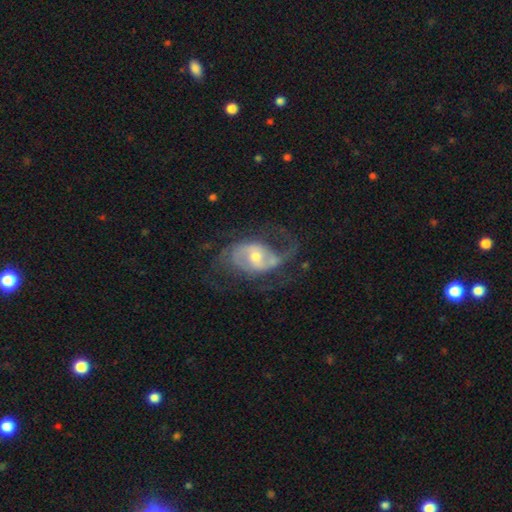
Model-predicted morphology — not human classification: Smooth or featured?
  - featured or disk: 84% *
  - smooth: 10%
  - star or artifact: 6%
Edge-on disk?
  - no: 97% *
  - yes: 3%
Bar?
  - weak: 44% *
  - no: 40%
  - strong: 16%
Spiral arms?
  - yes: 91% *
  - no: 9%
Spiral winding?
  - medium: 44% *
  - loose: 35%
  - tight: 21%
Spiral arm count?
  - 2: 65% *
  - can't tell: 14%
  - 1: 9%
  - 3: 7%
  - 4: 2%
  - more than 4: 2%
Bulge size?
  - moderate: 54% *
  - small: 41%
  - large: 3%
  - none: 1%
  - dominant: 1%
Merging?
  - none: 54% *
  - major disturbance: 25%
  - minor disturbance: 19%
  - merger: 2%